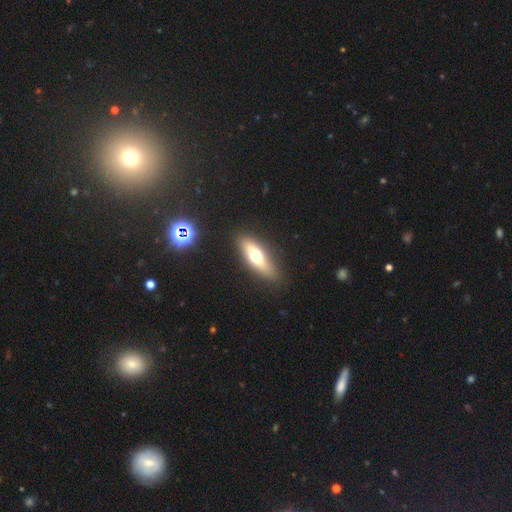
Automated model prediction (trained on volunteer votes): This appears to be a smooth galaxy with no disk features (57%) that is cigar-shaped (50%). Merging: none (86%).